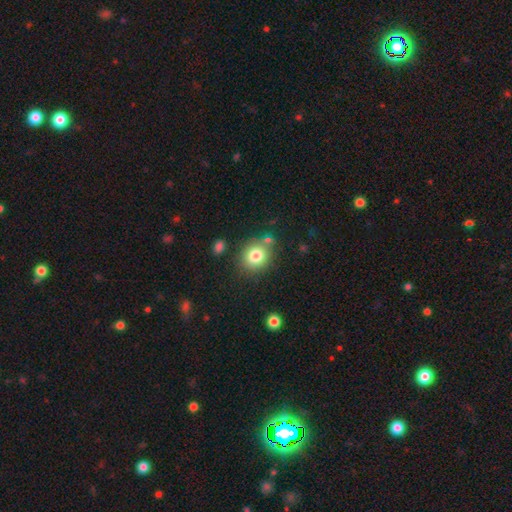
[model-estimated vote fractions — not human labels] This is clearly a smooth galaxy (80%). How rounded: likely round (74%). Merging: likely none (76%).